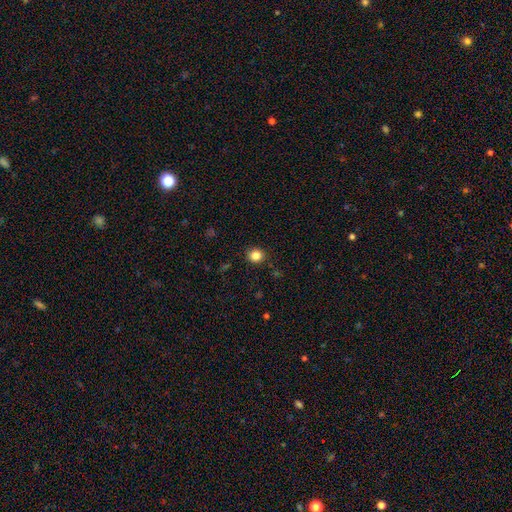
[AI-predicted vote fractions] The model was most divided on "smooth or featured": smooth: 84%, star or artifact: 12%, featured or disk: 4%. More confident: merging — none (90%); how rounded — round (89%).